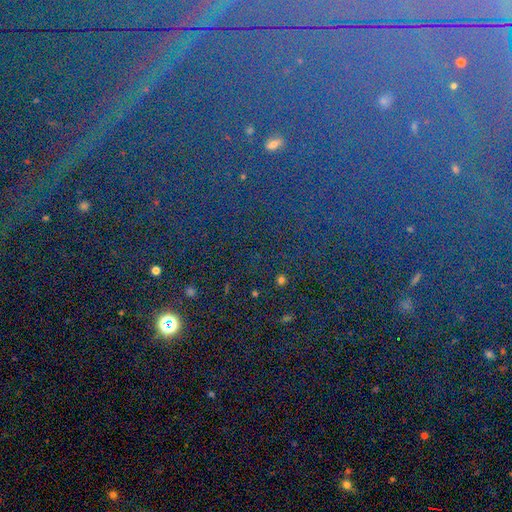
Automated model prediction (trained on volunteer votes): A star or artifact, not a galaxy (77%).